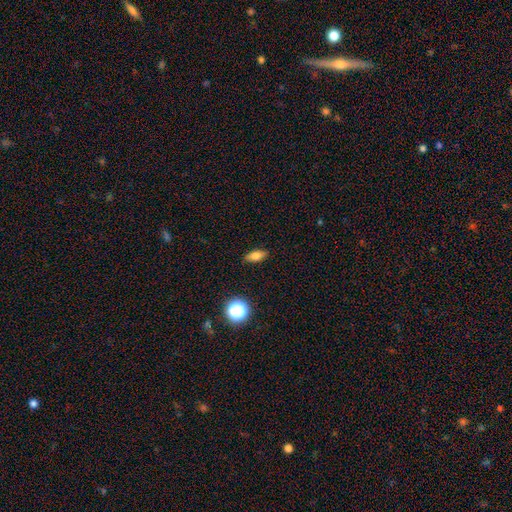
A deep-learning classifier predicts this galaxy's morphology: The model was most divided on "smooth or featured": smooth: 76%, featured or disk: 13%, star or artifact: 11%. More confident: merging — none (87%); how rounded — in between (78%).